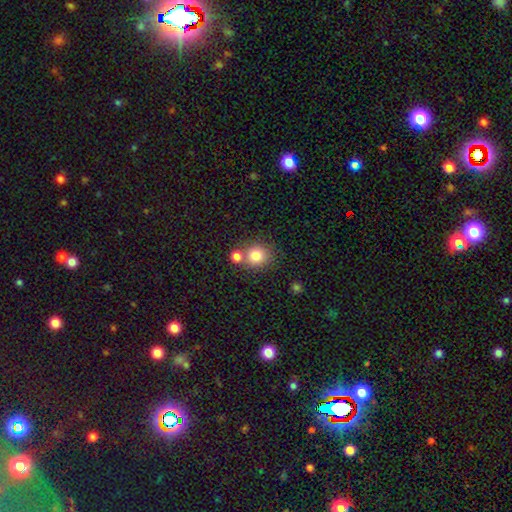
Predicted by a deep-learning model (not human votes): Smooth or featured: smooth — 81% (star or artifact — 11%)
How rounded: round — 85% (in between — 14%)
Merging: none — 59% (merger — 30%)